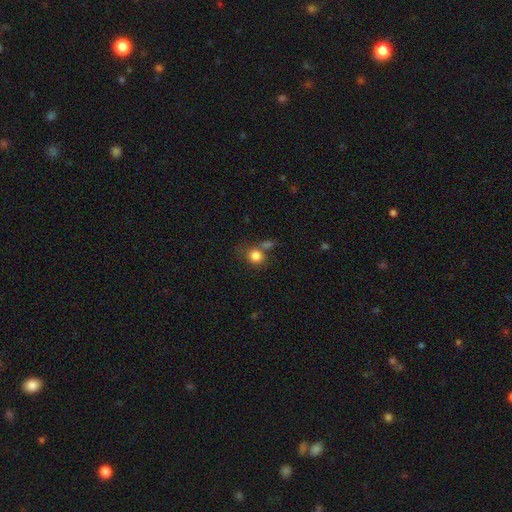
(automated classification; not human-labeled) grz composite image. It shows a smooth galaxy with no disk features (83%) that is round (81%). Merging: none (55%).